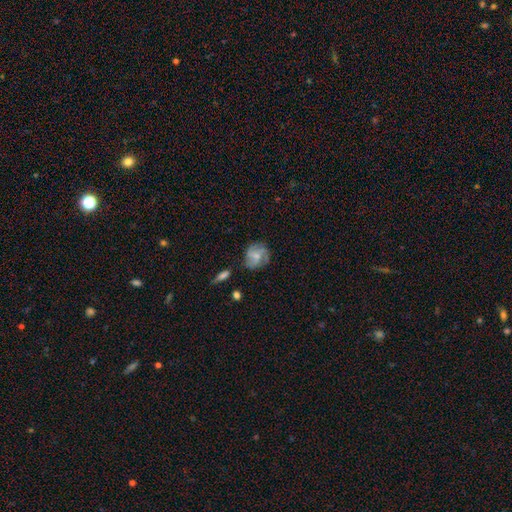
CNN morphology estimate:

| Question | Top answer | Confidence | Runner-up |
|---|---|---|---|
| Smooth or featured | featured or disk | 59% | smooth (33%) |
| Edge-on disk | no | 97% | yes (3%) |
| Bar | no | 57% | weak (36%) |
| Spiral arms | yes | 85% | no (15%) |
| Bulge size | small | 57% | moderate (32%) |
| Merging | none | 65% | minor disturbance (22%) |